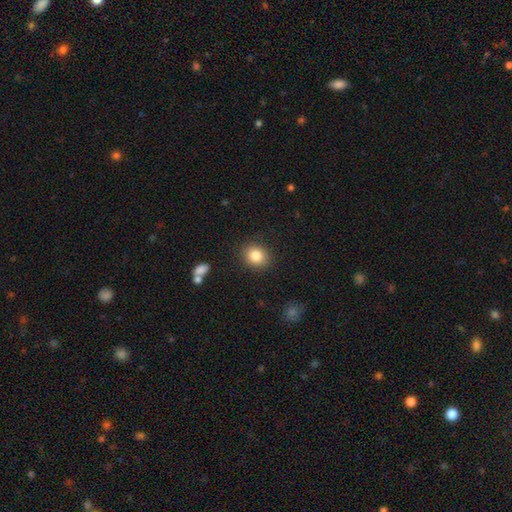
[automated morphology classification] smooth-or-featured: smooth: 84% | star or artifact: 9% | featured or disk: 7%
  how-rounded: round: 73% | in between: 26% | cigar-shaped: 1%
  merging: none: 88% | minor disturbance: 8% | major disturbance: 3% | merger: 1%